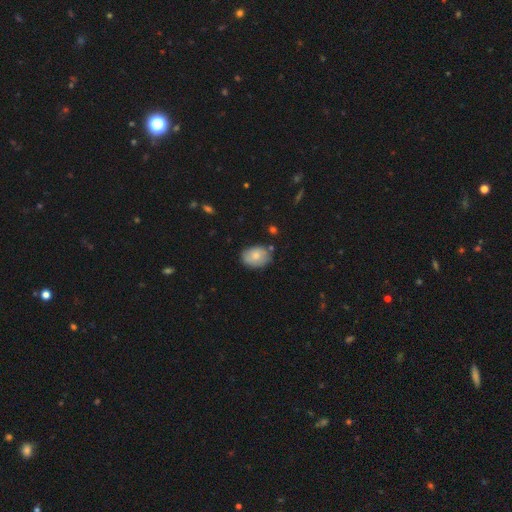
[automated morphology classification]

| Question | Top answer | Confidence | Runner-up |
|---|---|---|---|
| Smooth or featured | smooth | 75% | featured or disk (18%) |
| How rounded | in between | 75% | round (24%) |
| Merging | none | 73% | minor disturbance (20%) |